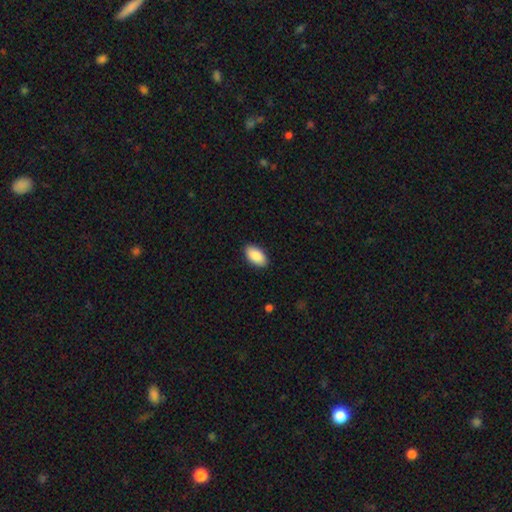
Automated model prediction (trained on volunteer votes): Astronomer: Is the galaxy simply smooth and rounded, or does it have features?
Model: smooth — 90%.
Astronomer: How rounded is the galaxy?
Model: in between — 95%.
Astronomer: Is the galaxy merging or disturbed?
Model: none — 89%.